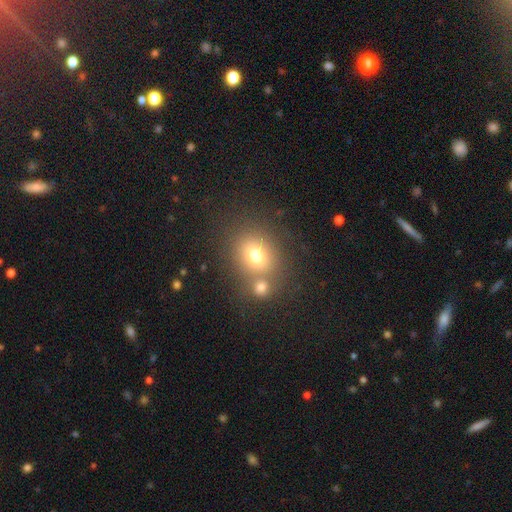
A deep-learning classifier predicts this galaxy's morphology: smooth-or-featured: smooth: 73% | star or artifact: 14% | featured or disk: 13%
  how-rounded: round: 60% | in between: 39% | cigar-shaped: 1%
  merging: none: 56% | merger: 30% | minor disturbance: 10% | major disturbance: 4%